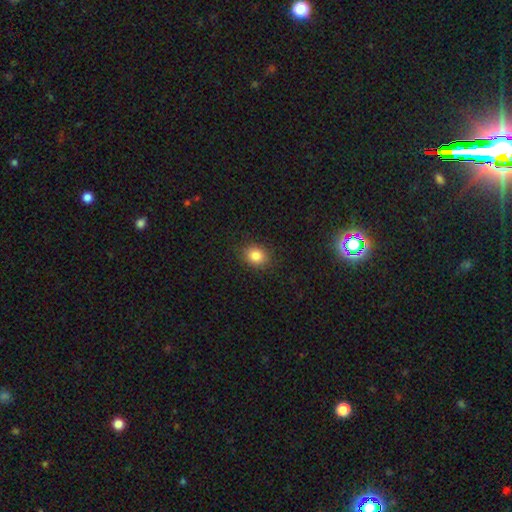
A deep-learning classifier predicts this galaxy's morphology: smooth 84%, star or artifact 10%, featured or disk 6%. Down the decision tree: how rounded — round (56%); merging — none (87%).